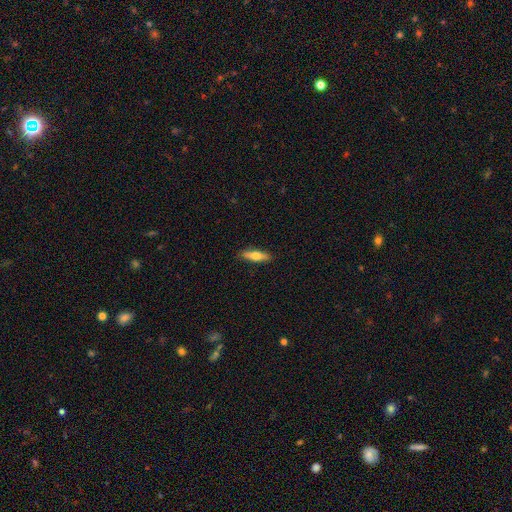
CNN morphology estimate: A smooth galaxy with no disk features (62%) that is cigar-shaped (60%). Merging: none (88%).